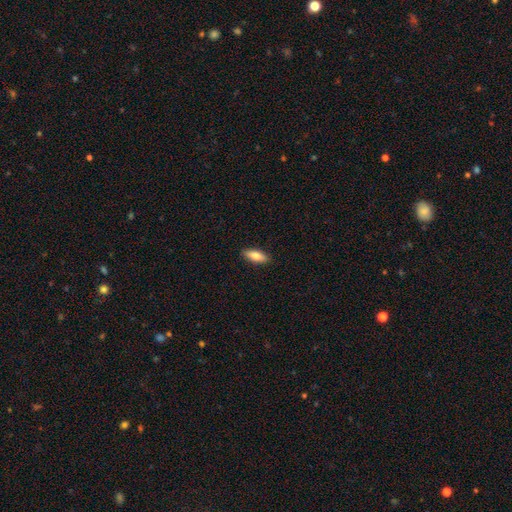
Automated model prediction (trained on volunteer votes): smooth 76%, featured or disk 18%, star or artifact 6%. Down the decision tree: how rounded — in between (65%); merging — none (89%).